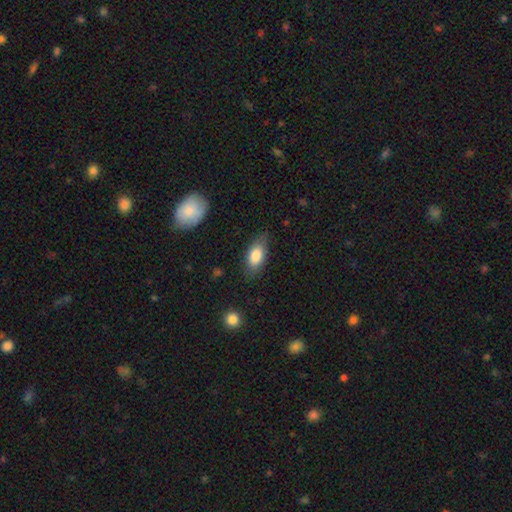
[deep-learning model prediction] Smooth or featured: smooth — 82% (featured or disk — 11%)
How rounded: in between — 88% (cigar-shaped — 7%)
Merging: none — 75% (minor disturbance — 19%)